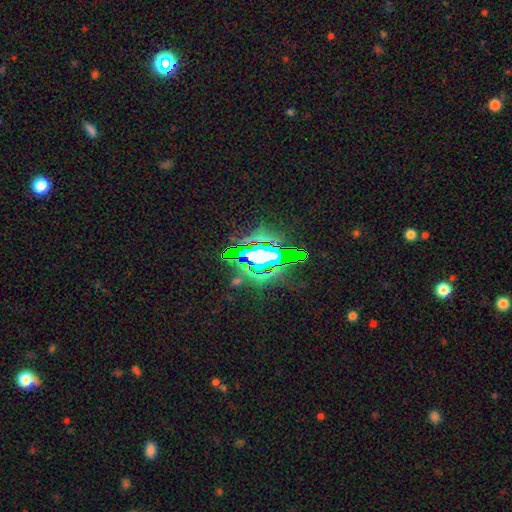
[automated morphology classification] Smooth or featured? star or artifact (81%)